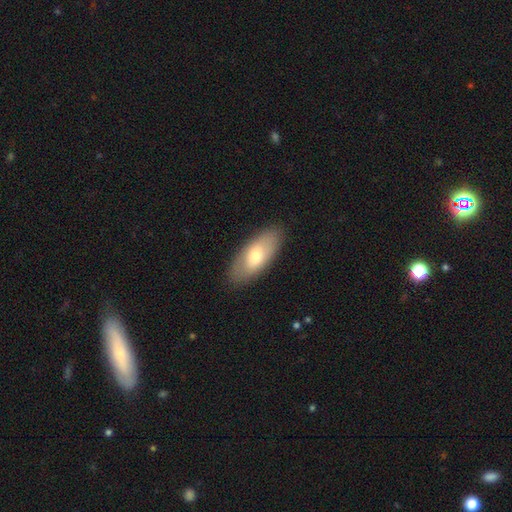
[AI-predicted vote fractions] Morphology: type=smooth (67%); roundness=in between (83%); merging=none (87%).